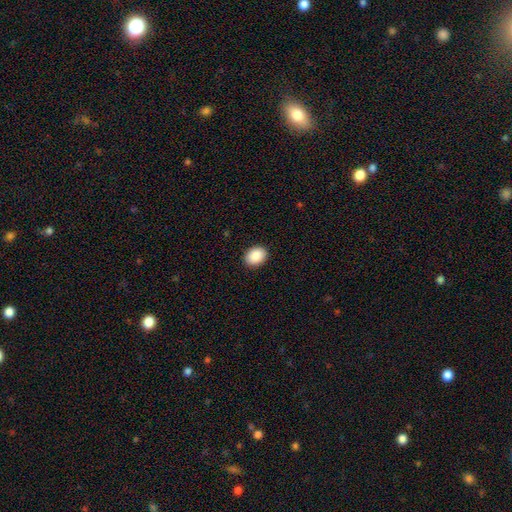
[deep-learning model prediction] The model was most divided on "how rounded": in between: 66%, round: 33%, cigar-shaped: 1%. More confident: merging — none (91%); smooth or featured — smooth (90%).